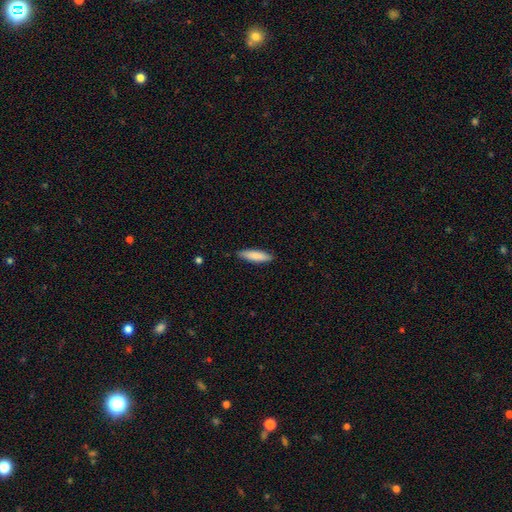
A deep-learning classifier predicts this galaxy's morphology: smooth-or-featured: smooth: 86% | featured or disk: 9% | star or artifact: 5%
  how-rounded: cigar-shaped: 68% | in between: 31% | round: 1%
  merging: none: 85% | minor disturbance: 12% | major disturbance: 2% | merger: 1%